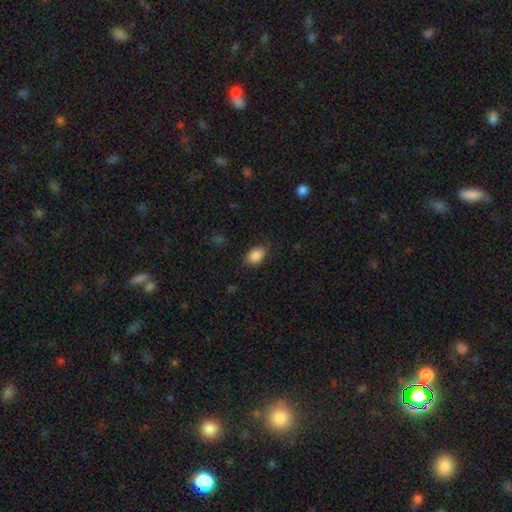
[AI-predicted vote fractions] Q: Smooth or featured?
A: smooth (86%); runner-up: star or artifact (8%)
Q: How rounded?
A: in between (82%); runner-up: round (17%)
Q: Merging?
A: none (83%); runner-up: minor disturbance (13%)